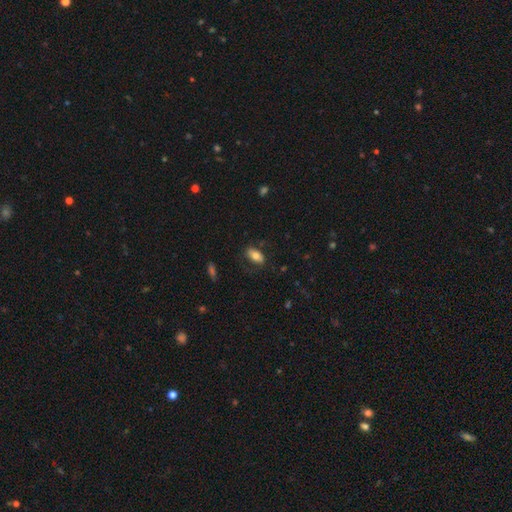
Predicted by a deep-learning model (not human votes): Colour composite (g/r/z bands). It shows a smooth galaxy with no disk features (74%) that is in between round and cigar-shaped (90%). Merging: none (77%).